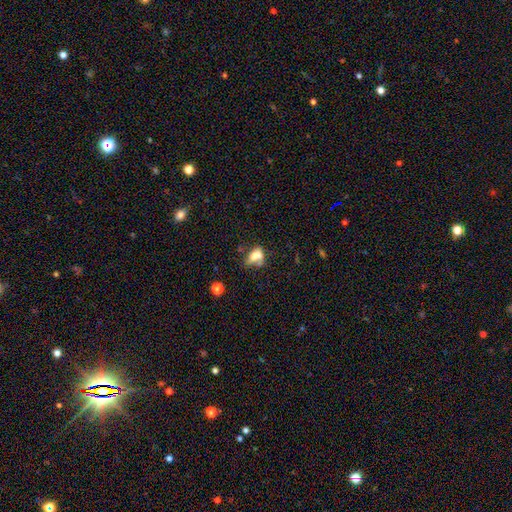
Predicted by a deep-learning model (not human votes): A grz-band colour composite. It shows a smooth galaxy with no disk features (67%) that is in between round and cigar-shaped (76%). Merging: merger (32%).